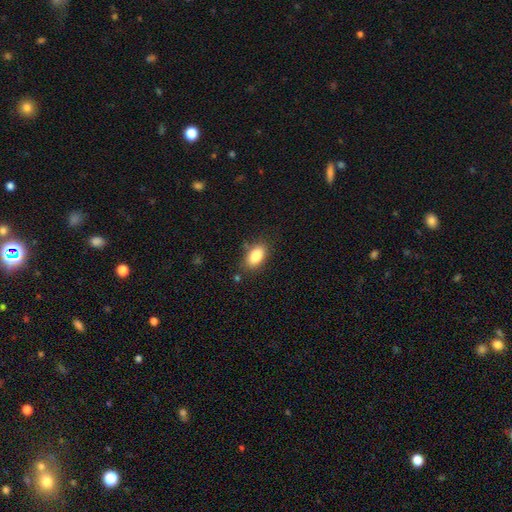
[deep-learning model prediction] Smooth or featured?
  - smooth: 85% *
  - star or artifact: 8%
  - featured or disk: 7%
How rounded?
  - in between: 91% *
  - round: 7%
  - cigar-shaped: 3%
Merging?
  - none: 80% *
  - minor disturbance: 14%
  - major disturbance: 4%
  - merger: 2%